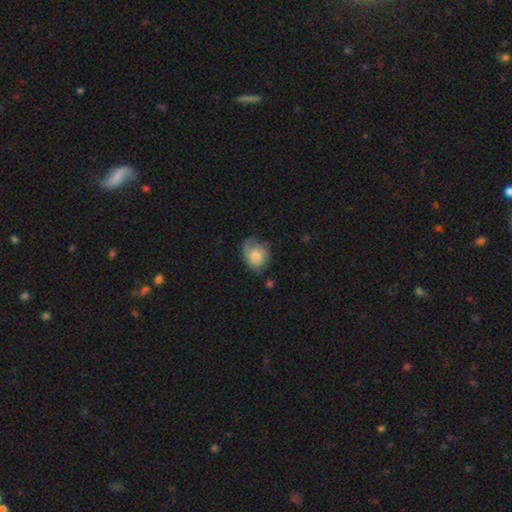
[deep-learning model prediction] Smooth or featured?
  - smooth: 58% *
  - featured or disk: 34%
  - star or artifact: 8%
How rounded?
  - round: 53% *
  - in between: 46%
  - cigar-shaped: 1%
Merging?
  - none: 45% *
  - minor disturbance: 32%
  - major disturbance: 22%
  - merger: 2%